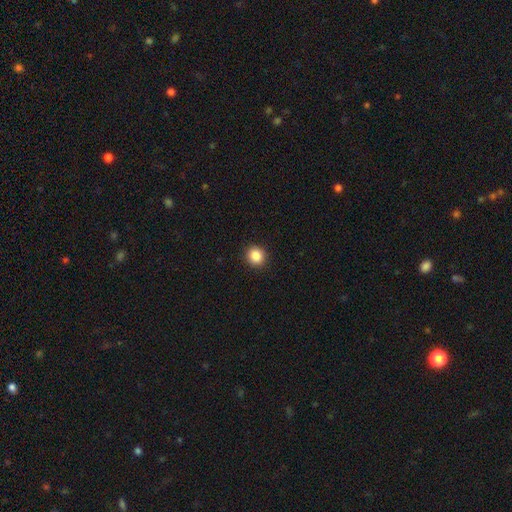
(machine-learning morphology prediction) smooth 87%, star or artifact 10%, featured or disk 3%. Down the decision tree: how rounded — round (87%); merging — none (92%).